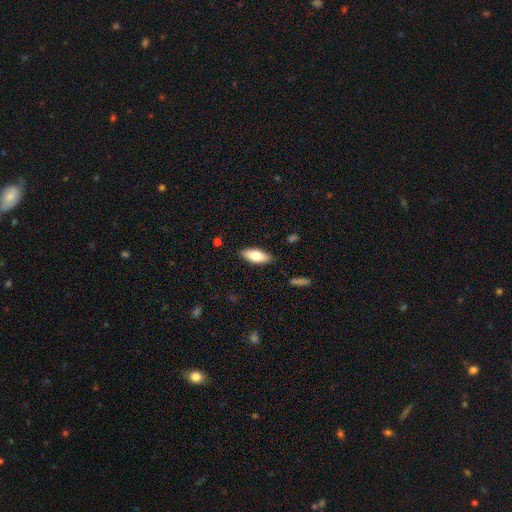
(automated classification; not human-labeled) smooth 76%, featured or disk 18%, star or artifact 6%. Down the decision tree: how rounded — in between (78%); merging — none (88%).